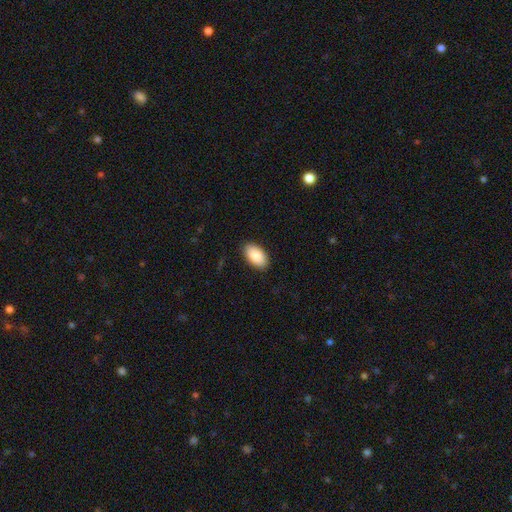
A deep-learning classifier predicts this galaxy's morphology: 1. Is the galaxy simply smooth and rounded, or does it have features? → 86% smooth, 8% featured or disk, 6% star or artifact.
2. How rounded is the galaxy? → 95% in between, 3% round, 2% cigar-shaped.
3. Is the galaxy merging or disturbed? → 89% none, 8% minor disturbance, 2% major disturbance, 1% merger.